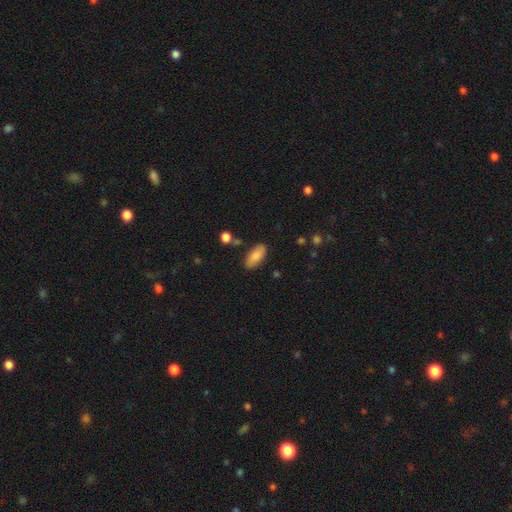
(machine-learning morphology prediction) Smooth or featured: smooth — 85% (featured or disk — 8%)
How rounded: in between — 88% (cigar-shaped — 10%)
Merging: none — 84% (minor disturbance — 11%)